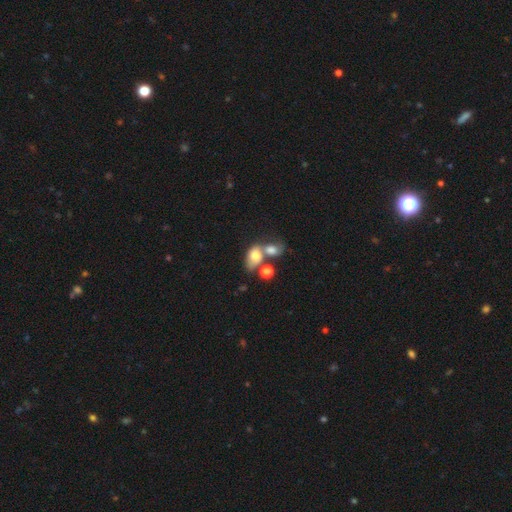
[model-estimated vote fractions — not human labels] Q: Smooth or featured?
A: smooth (71%); runner-up: featured or disk (19%)
Q: How rounded?
A: in between (78%); runner-up: round (21%)
Q: Merging?
A: merger (53%); runner-up: none (24%)